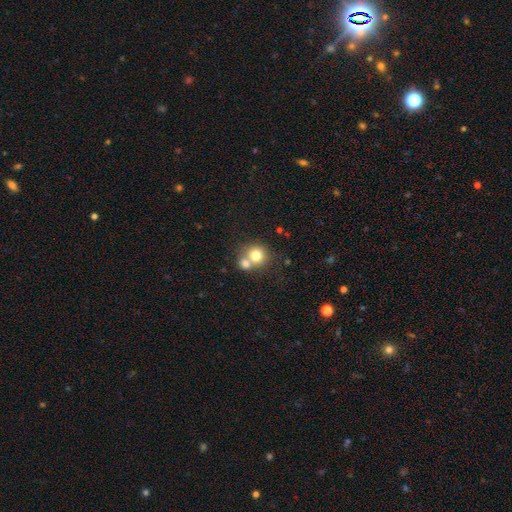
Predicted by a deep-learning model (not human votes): Smooth or featured: smooth — 74% (featured or disk — 14%)
How rounded: round — 85% (in between — 14%)
Merging: merger — 48% (none — 43%)